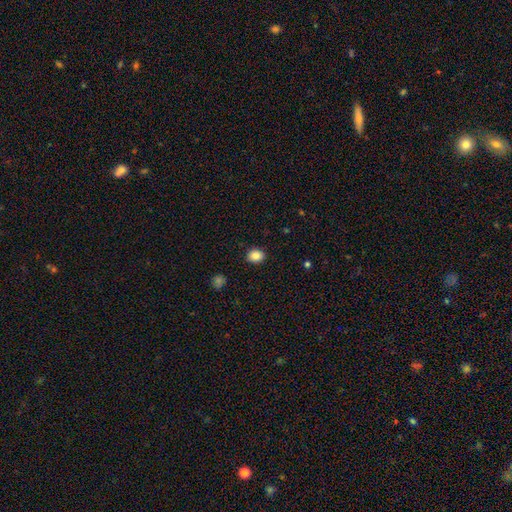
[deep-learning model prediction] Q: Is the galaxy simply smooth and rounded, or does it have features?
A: smooth — 86%.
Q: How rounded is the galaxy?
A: round — 54%.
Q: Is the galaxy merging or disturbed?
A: none — 89%.